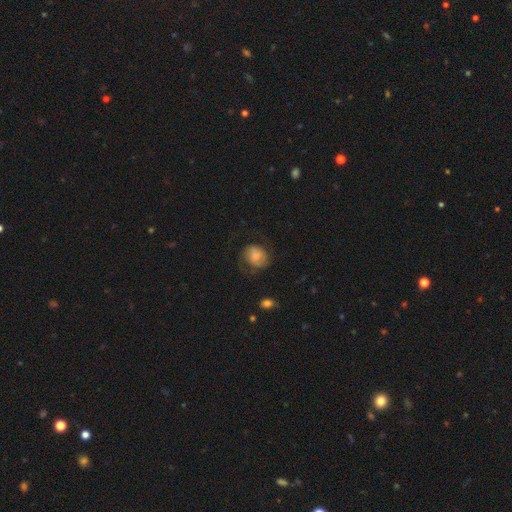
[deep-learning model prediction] Smooth or featured: smooth — 59% (featured or disk — 32%)
How rounded: round — 61% (in between — 38%)
Merging: none — 59% (minor disturbance — 22%)